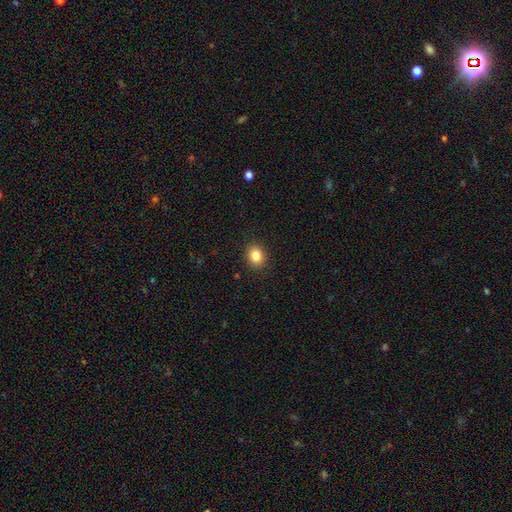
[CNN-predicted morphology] smooth 84%, star or artifact 10%, featured or disk 6%. Down the decision tree: how rounded — round (59%); merging — none (90%).